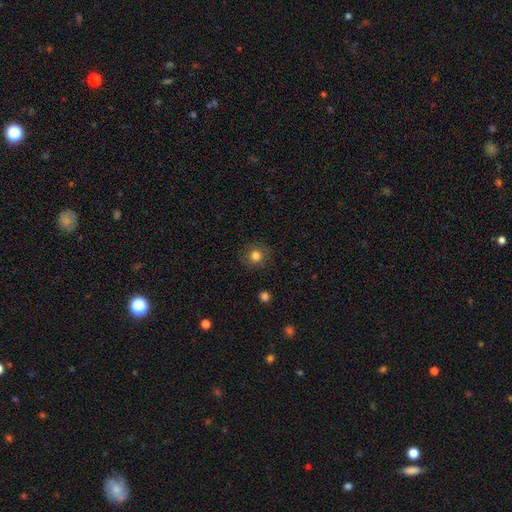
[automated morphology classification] Q: Smooth or featured?
A: smooth (81%); runner-up: star or artifact (12%)
Q: How rounded?
A: round (89%); runner-up: in between (10%)
Q: Merging?
A: none (87%); runner-up: minor disturbance (9%)